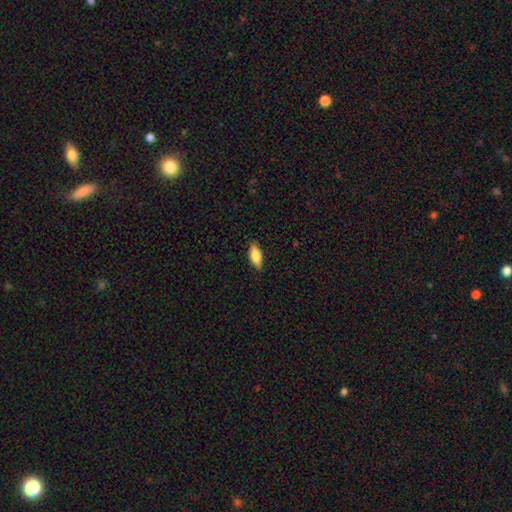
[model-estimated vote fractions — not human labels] A smooth galaxy with no disk features (70%) that is in between round and cigar-shaped (73%). Merging: none (86%).